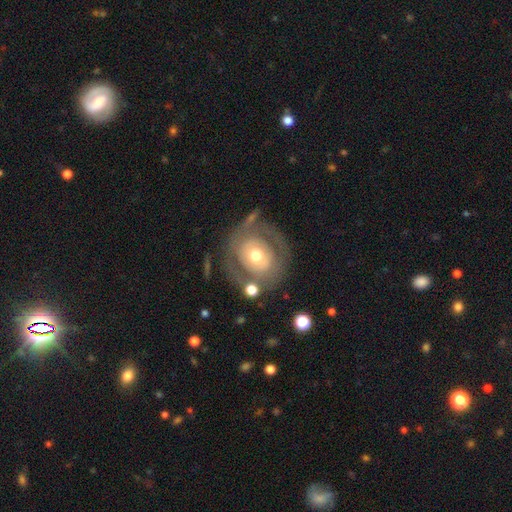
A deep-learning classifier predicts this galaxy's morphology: smooth_or_featured: featured or disk (p=0.60) [alt: smooth p=0.34]
disk_edge_on: no (p=0.96) [alt: yes p=0.04]
bar: no (p=0.81) [alt: weak p=0.14]
has_spiral_arms: no (p=0.59) [alt: yes p=0.41]
bulge_size: moderate (p=0.71) [alt: large p=0.15]
merging: none (p=0.62) [alt: minor disturbance p=0.17]